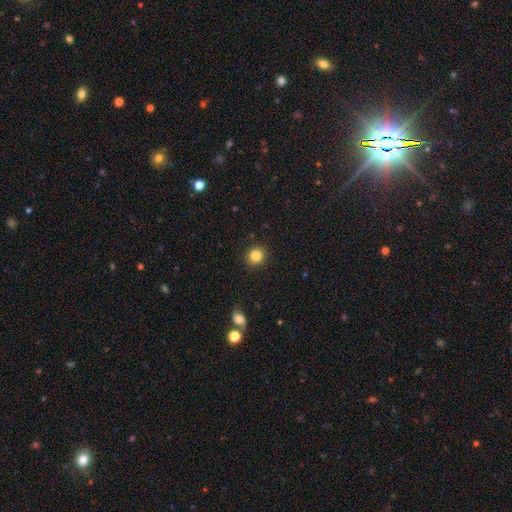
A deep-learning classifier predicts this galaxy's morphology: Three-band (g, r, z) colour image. It shows a smooth galaxy with no disk features (85%) that is round (89%). Merging: none (91%).